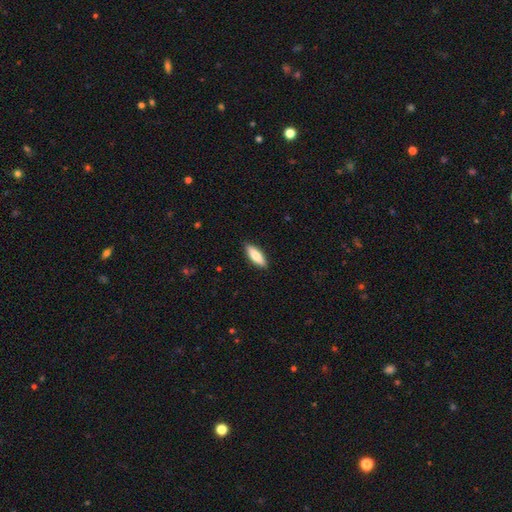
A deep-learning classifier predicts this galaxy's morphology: Smooth or featured? Predicted: smooth (p=0.74). How rounded? Predicted: in between (p=0.54). Merging? Predicted: none (p=0.89).